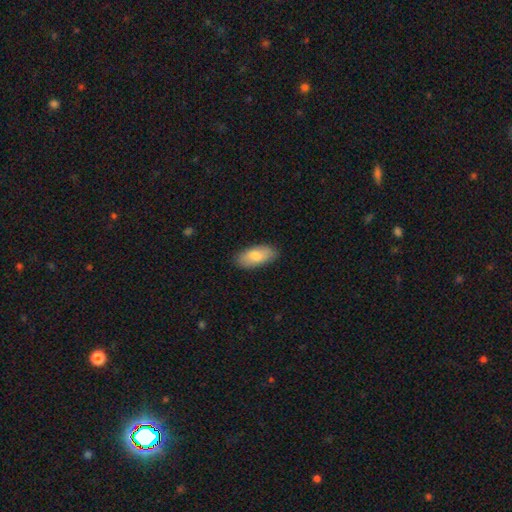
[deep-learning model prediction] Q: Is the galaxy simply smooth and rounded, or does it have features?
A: smooth — 80%.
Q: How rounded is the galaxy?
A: in between — 90%.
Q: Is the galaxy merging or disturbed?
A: none — 86%.